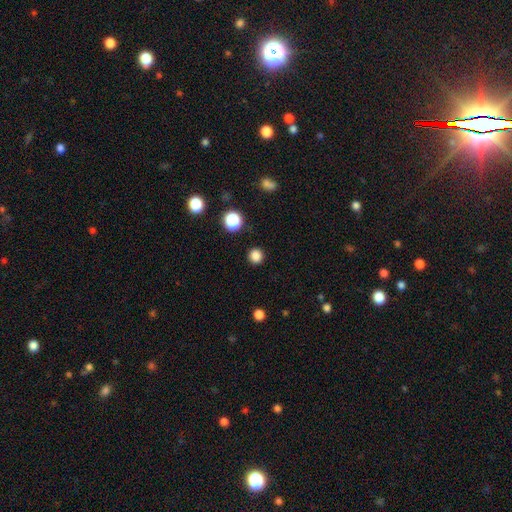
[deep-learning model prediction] Smooth or featured? Predicted: smooth (p=0.84). How rounded? Predicted: round (p=0.92). Merging? Predicted: none (p=0.91).